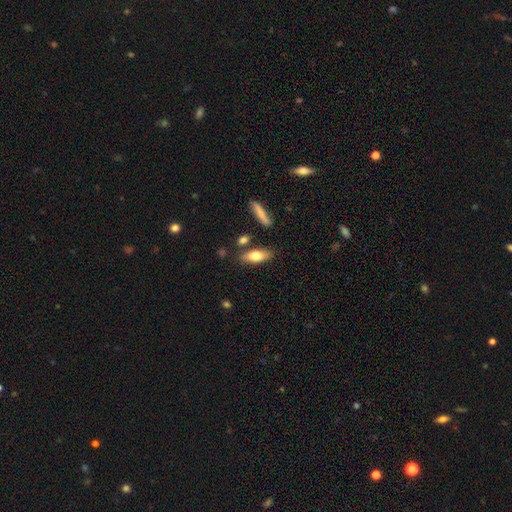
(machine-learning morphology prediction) Smooth or featured? smooth (70%)
How rounded? in between (62%)
Merging? none (77%)